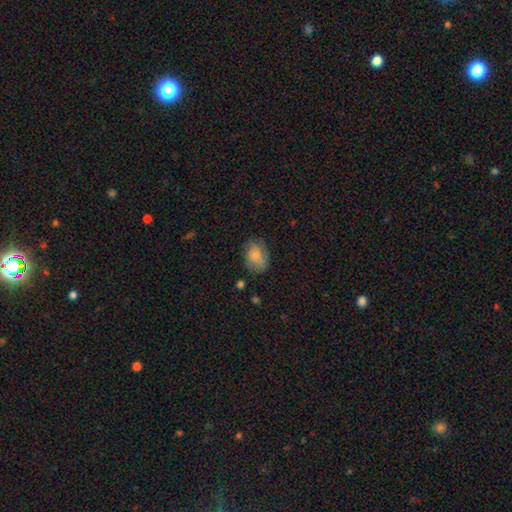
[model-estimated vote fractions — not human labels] Q: Smooth or featured?
A: smooth (78%); runner-up: featured or disk (14%)
Q: How rounded?
A: in between (76%); runner-up: round (23%)
Q: Merging?
A: none (70%); runner-up: minor disturbance (22%)